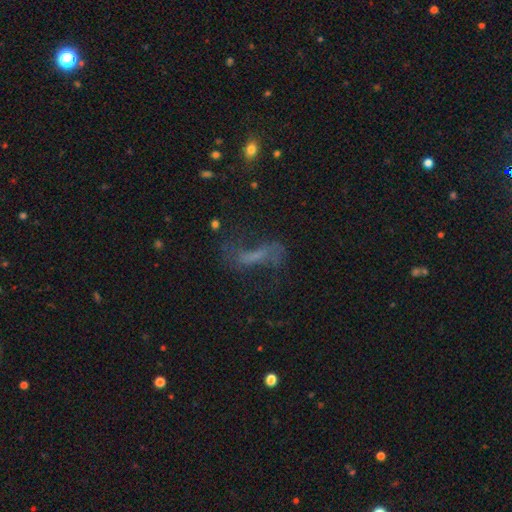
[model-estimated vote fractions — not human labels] Smooth or featured: featured or disk — 50% (smooth — 29%)
Edge-on disk: no — 85% (yes — 15%)
Merging: none — 48% (major disturbance — 28%)